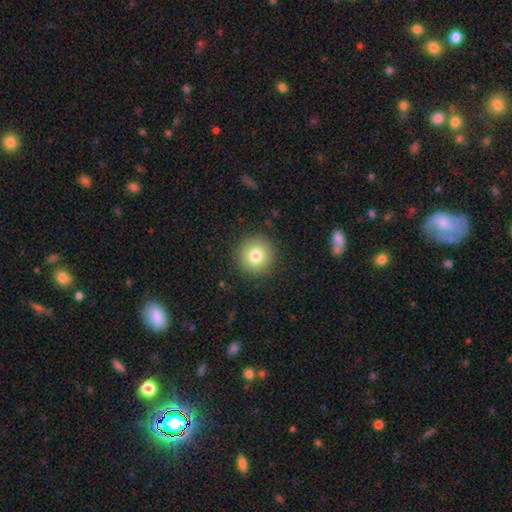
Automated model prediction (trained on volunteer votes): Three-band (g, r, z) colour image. It shows a smooth galaxy with no disk features (79%) that is round (95%). Merging: none (90%).